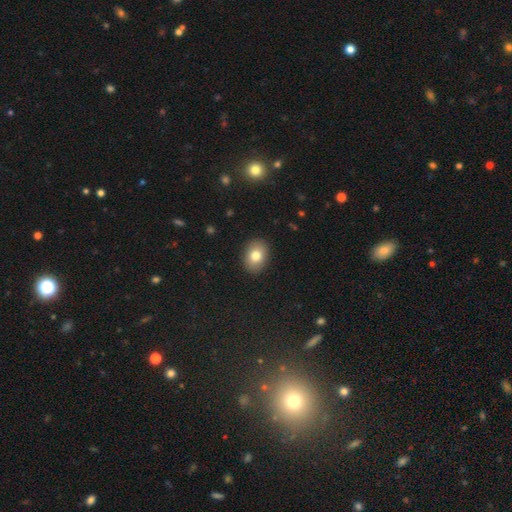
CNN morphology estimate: smooth_or_featured: smooth (p=0.79) [alt: featured or disk p=0.11]
how_rounded: in between (p=0.65) [alt: round p=0.34]
merging: none (p=0.90) [alt: minor disturbance p=0.07]